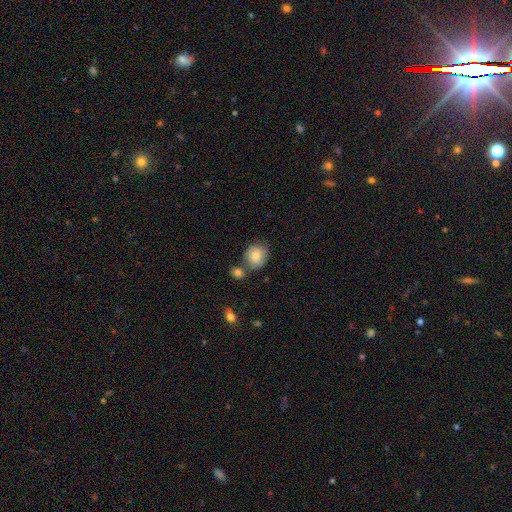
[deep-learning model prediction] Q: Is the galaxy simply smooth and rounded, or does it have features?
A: smooth — 80%.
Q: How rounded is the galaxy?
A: round — 67%.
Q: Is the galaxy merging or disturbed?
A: none — 55%.